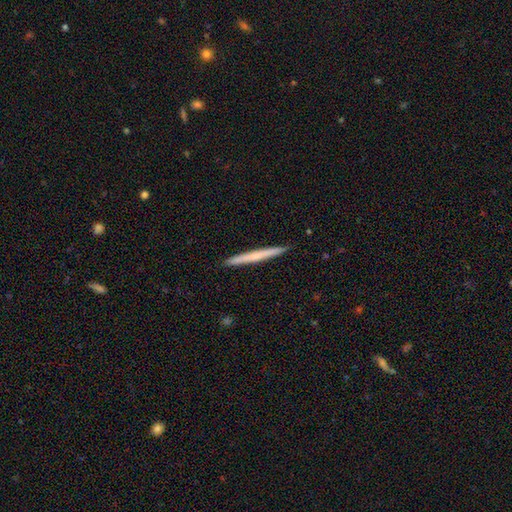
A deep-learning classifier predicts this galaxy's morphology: Overall: smooth (52%; featured or disk 43%). How rounded: cigar-shaped (97%). Merging: none (93%).